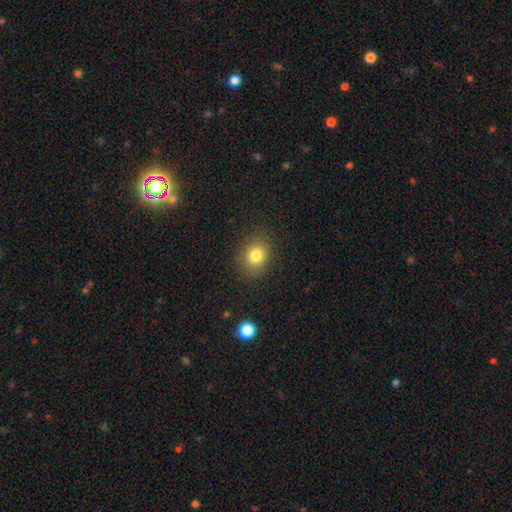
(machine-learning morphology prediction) A smooth galaxy with no disk features (81%) that is round (55%).

Vote fractions:
- Smooth or featured? smooth: 81% / star or artifact: 11% / featured or disk: 8%
- How rounded? round: 55% / in between: 44% / cigar-shaped: 1%
- Merging? none: 85% / minor disturbance: 10% / major disturbance: 3% / merger: 1%